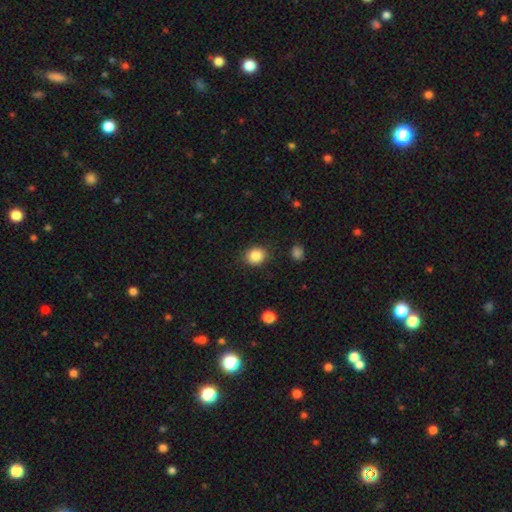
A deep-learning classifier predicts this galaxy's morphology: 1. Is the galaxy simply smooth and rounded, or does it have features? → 85% smooth, 10% star or artifact, 5% featured or disk.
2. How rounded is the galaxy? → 73% round, 27% in between, 1% cigar-shaped.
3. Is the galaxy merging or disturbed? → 87% none, 9% minor disturbance, 3% major disturbance, 1% merger.